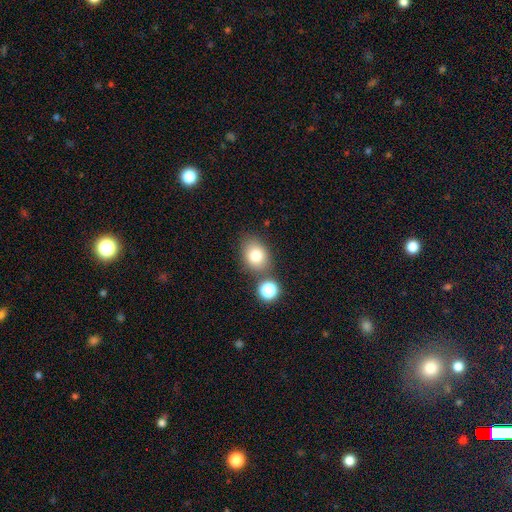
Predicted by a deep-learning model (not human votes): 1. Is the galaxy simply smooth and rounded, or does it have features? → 80% smooth, 11% star or artifact, 9% featured or disk.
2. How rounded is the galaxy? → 60% in between, 39% round, 1% cigar-shaped.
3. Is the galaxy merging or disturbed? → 71% none, 13% minor disturbance, 13% merger, 4% major disturbance.